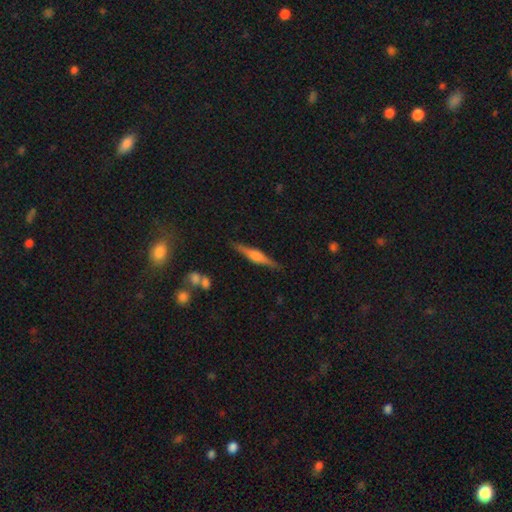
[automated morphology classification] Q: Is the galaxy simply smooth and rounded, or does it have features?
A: featured or disk — 71%.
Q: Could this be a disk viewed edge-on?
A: yes — 98%.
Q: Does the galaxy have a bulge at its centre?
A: rounded — 77%.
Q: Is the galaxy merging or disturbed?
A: none — 88%.